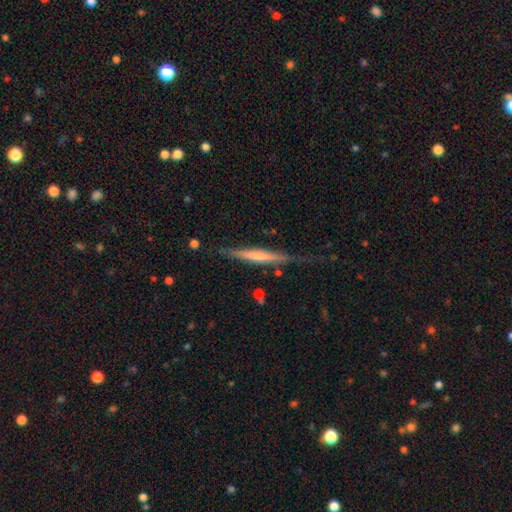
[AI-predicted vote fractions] A featured or disk galaxy (59%) viewed edge-on (95%) with no central bulge (50%).

Vote fractions:
- Smooth or featured? featured or disk: 59% / smooth: 36% / star or artifact: 6%
- Edge-on disk? yes: 95% / no: 5%
- Edge-on bulge? none: 50% / rounded: 39% / boxy: 11%
- Merging? none: 69% / minor disturbance: 22% / major disturbance: 7% / merger: 3%